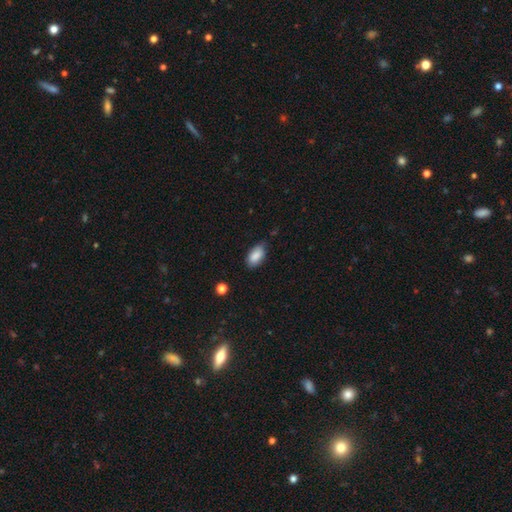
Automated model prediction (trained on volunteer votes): Smooth or featured?
  - smooth: 87% *
  - star or artifact: 7%
  - featured or disk: 6%
How rounded?
  - in between: 93% *
  - round: 4%
  - cigar-shaped: 3%
Merging?
  - none: 72% *
  - minor disturbance: 23%
  - major disturbance: 3%
  - merger: 2%